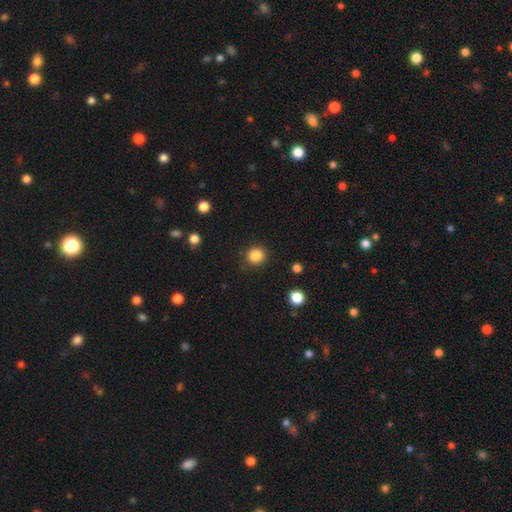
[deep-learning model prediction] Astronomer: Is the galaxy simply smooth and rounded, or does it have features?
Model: smooth — 85%.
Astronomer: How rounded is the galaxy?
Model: round — 90%.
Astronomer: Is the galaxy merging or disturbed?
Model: none — 88%.